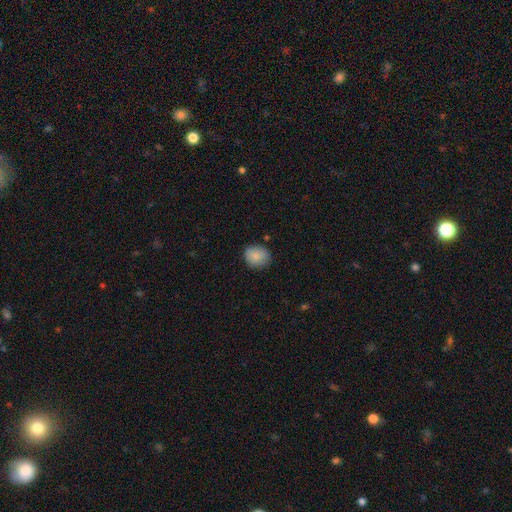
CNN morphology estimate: This is clearly a smooth galaxy (87%). How rounded: likely round (69%). Merging: likely none (79%).